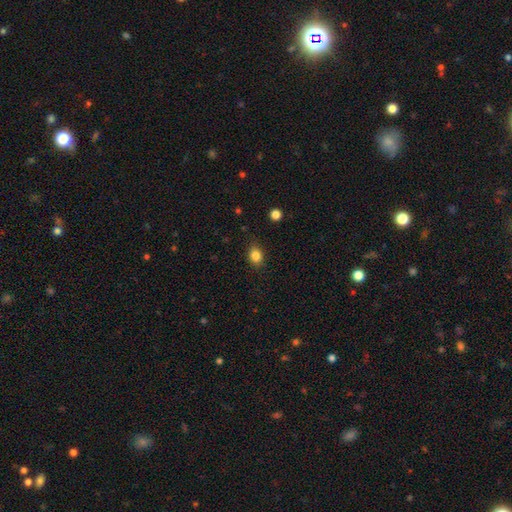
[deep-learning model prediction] The model was most divided on "how rounded": in between: 58%, round: 41%, cigar-shaped: 1%. More confident: merging — none (85%); smooth or featured — smooth (84%).